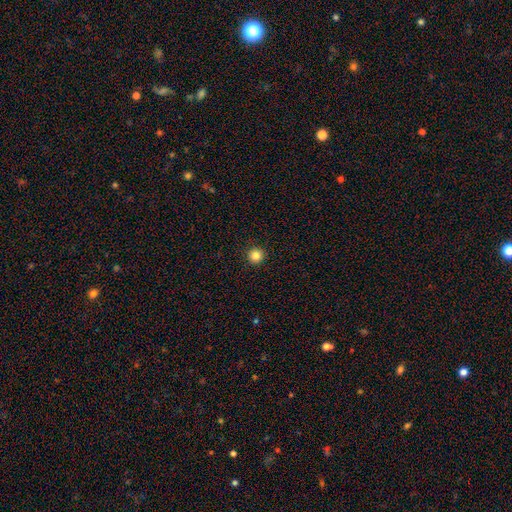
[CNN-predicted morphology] A smooth galaxy with no disk features (84%) that is round (96%).

Vote fractions:
- Smooth or featured? smooth: 84% / star or artifact: 11% / featured or disk: 4%
- How rounded? round: 96% / in between: 3% / cigar-shaped: 1%
- Merging? none: 93% / minor disturbance: 4% / major disturbance: 2% / merger: 1%